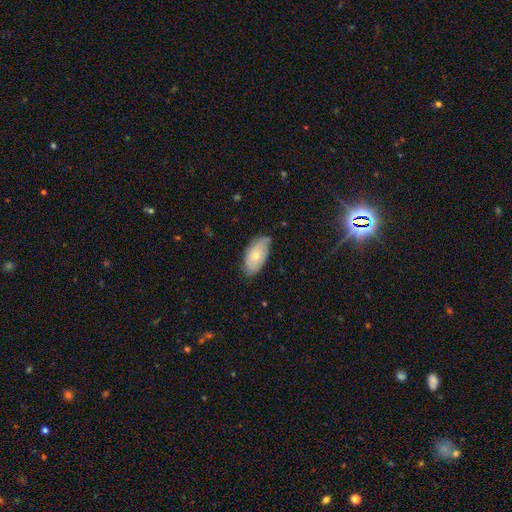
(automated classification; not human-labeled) Q: Smooth or featured?
A: smooth (65%); runner-up: featured or disk (29%)
Q: How rounded?
A: in between (94%); runner-up: cigar-shaped (3%)
Q: Merging?
A: none (72%); runner-up: minor disturbance (23%)